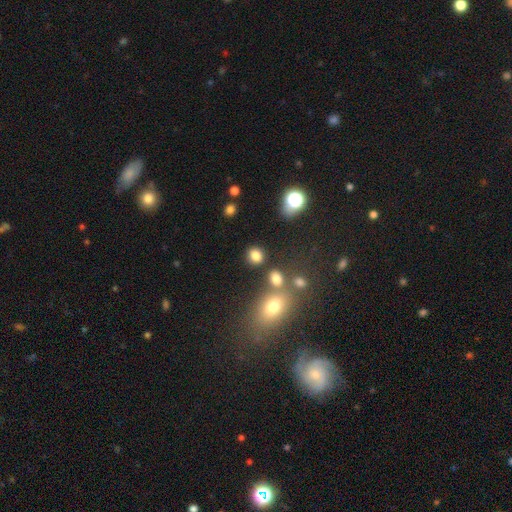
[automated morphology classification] Overall: smooth (80%). How rounded: round (71%). Merging: none (77%).